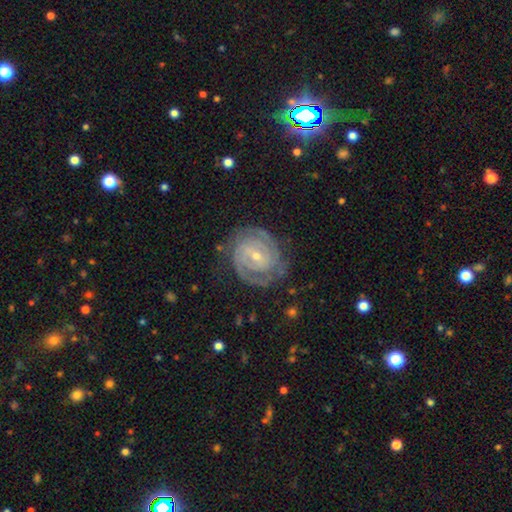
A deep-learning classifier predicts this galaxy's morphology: featured or disk 87%, smooth 7%, star or artifact 5%. Down the decision tree: edge-on disk — no (97%); bar — weak (44%); spiral arms — yes (96%); spiral arm count — 2 (49%); spiral winding — tight (75%); bulge size — small (68%); merging — none (76%).